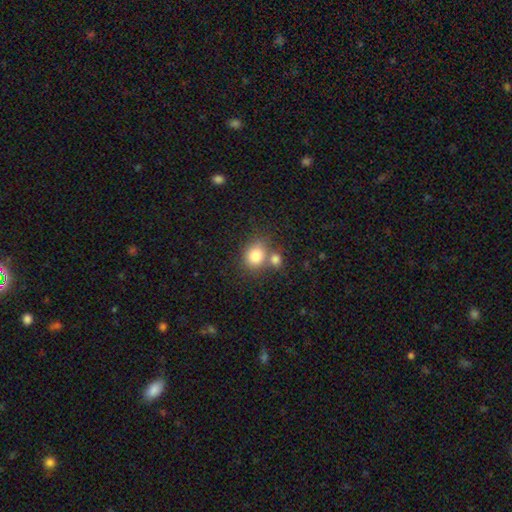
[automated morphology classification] Overall: smooth (80%). How rounded: round (65%; in between 34%). Merging: none (51%; merger 35%).